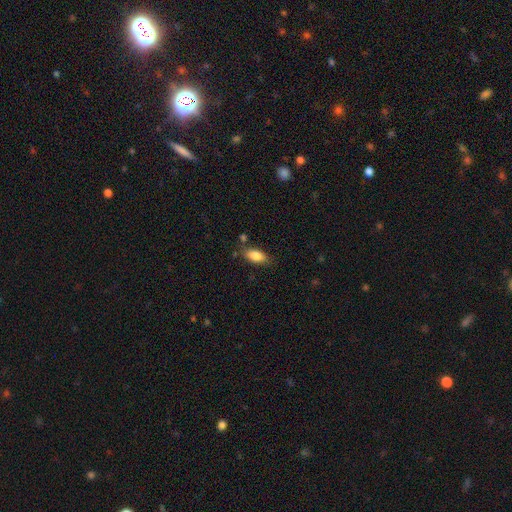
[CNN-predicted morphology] type=smooth (82%); roundness=in between (86%); merging=none (76%).